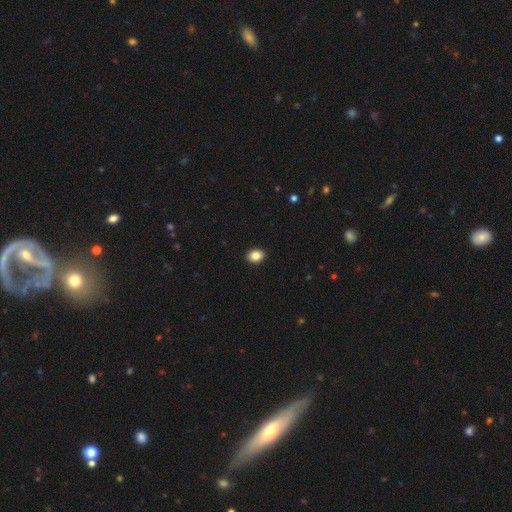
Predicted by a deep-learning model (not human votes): This is clearly a smooth galaxy (87%). How rounded: likely in between (63%). Merging: clearly none (92%).